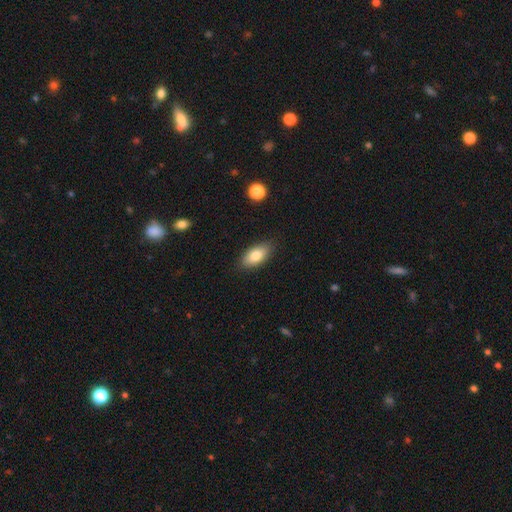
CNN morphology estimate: Q: Smooth or featured?
A: smooth (81%); runner-up: featured or disk (12%)
Q: How rounded?
A: in between (90%); runner-up: cigar-shaped (7%)
Q: Merging?
A: none (85%); runner-up: minor disturbance (11%)